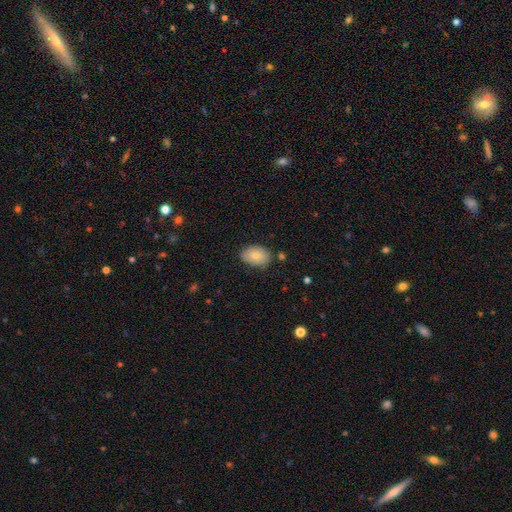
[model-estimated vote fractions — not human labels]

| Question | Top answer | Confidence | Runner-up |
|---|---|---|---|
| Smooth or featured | smooth | 81% | featured or disk (12%) |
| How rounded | in between | 85% | round (14%) |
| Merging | none | 80% | minor disturbance (16%) |